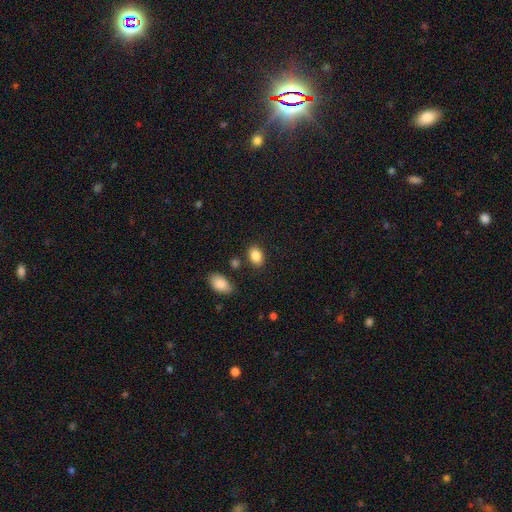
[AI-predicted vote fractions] Q: Smooth or featured?
A: smooth (86%); runner-up: star or artifact (8%)
Q: How rounded?
A: in between (81%); runner-up: round (17%)
Q: Merging?
A: none (82%); runner-up: minor disturbance (10%)